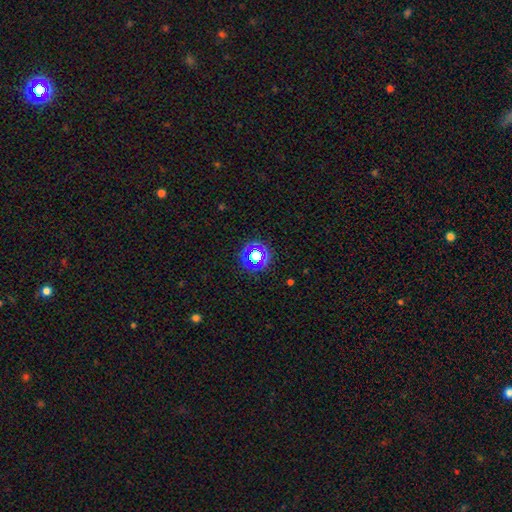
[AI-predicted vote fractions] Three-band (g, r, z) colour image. It shows a star or artifact, not a galaxy (60%).